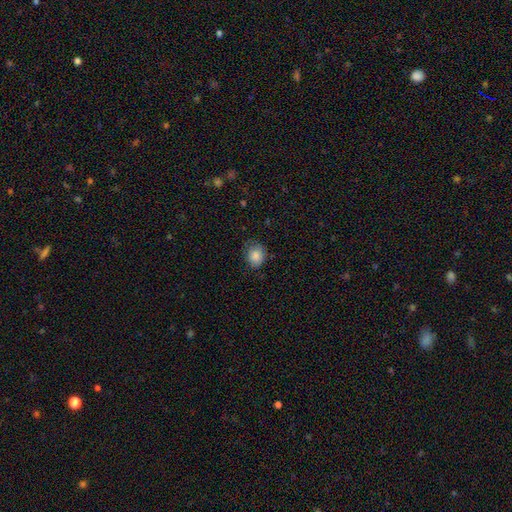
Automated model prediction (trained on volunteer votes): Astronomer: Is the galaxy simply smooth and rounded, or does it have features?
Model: smooth — 85%.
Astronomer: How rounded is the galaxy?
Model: round — 60% (runner-up: in between, 39%).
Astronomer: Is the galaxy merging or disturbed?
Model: none — 73%.